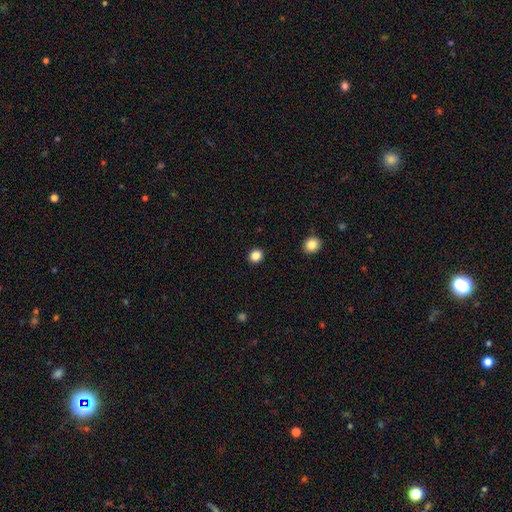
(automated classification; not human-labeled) Morphology: type=smooth (85%); roundness=round (82%); merging=none (92%).